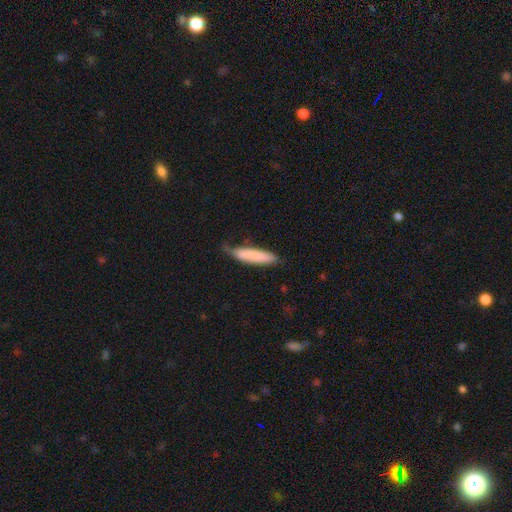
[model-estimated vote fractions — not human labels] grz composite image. It shows a smooth galaxy with no disk features (81%) that is cigar-shaped (76%). Merging: none (54%).